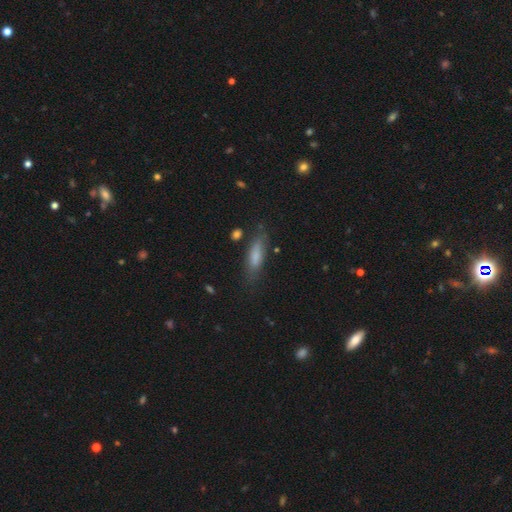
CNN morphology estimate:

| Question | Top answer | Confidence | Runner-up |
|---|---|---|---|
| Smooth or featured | smooth | 77% | featured or disk (16%) |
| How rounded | cigar-shaped | 55% | in between (43%) |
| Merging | none | 77% | minor disturbance (16%) |